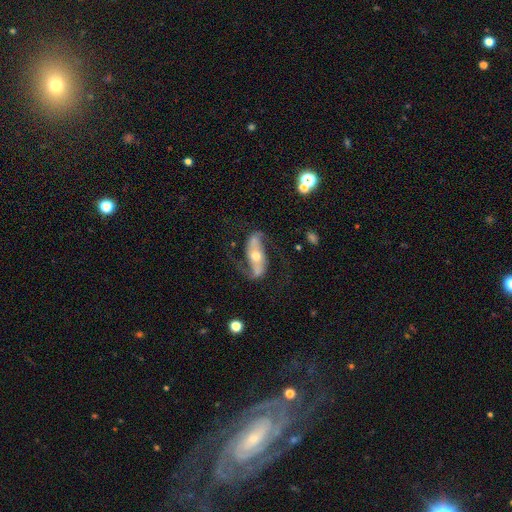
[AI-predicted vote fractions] Smooth or featured?
  - featured or disk: 84% *
  - smooth: 10%
  - star or artifact: 6%
Edge-on disk?
  - no: 91% *
  - yes: 9%
Bar?
  - strong: 47% *
  - no: 27%
  - weak: 26%
Spiral arms?
  - yes: 93% *
  - no: 7%
Spiral winding?
  - loose: 54% *
  - medium: 35%
  - tight: 10%
Spiral arm count?
  - 2: 92% *
  - can't tell: 3%
  - 1: 2%
  - 3: 1%
  - 4: 1%
  - more than 4: 1%
Bulge size?
  - moderate: 64% *
  - small: 29%
  - large: 5%
  - dominant: 1%
  - none: 1%
Merging?
  - none: 69% *
  - minor disturbance: 15%
  - major disturbance: 13%
  - merger: 2%